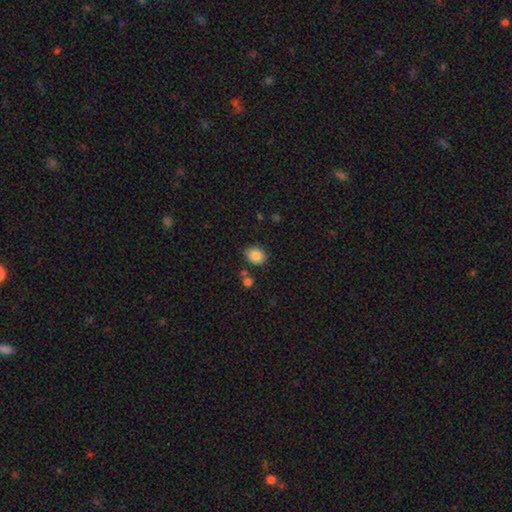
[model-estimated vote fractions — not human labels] Q: Smooth or featured?
A: smooth (87%); runner-up: star or artifact (9%)
Q: How rounded?
A: in between (54%); runner-up: round (45%)
Q: Merging?
A: none (80%); runner-up: minor disturbance (12%)